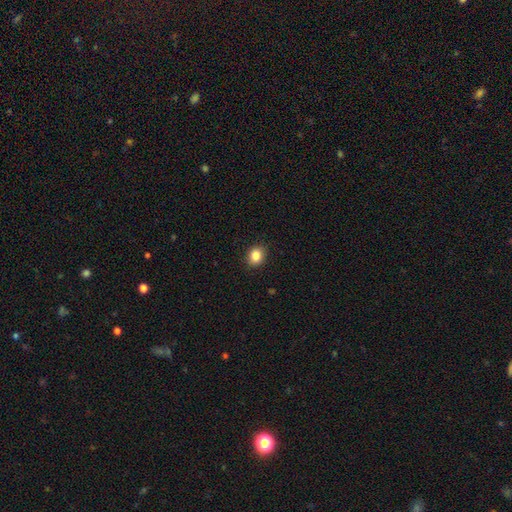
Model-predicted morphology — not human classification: Smooth or featured? smooth (85%)
How rounded? round (54%)
Merging? none (90%)